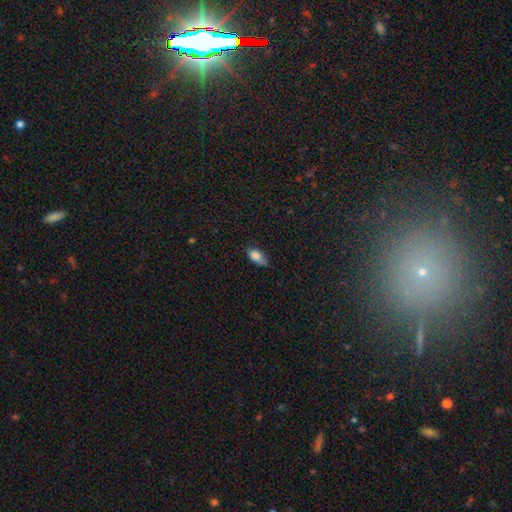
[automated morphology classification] A smooth galaxy with no disk features (81%) that is in between round and cigar-shaped (89%). Merging: none (70%).